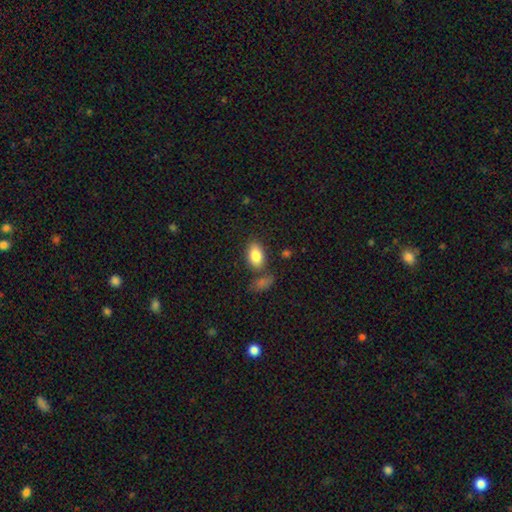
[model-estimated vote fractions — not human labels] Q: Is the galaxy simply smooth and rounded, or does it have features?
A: smooth — 85%.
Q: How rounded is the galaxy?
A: in between — 90%.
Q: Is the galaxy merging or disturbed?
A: none — 71%.